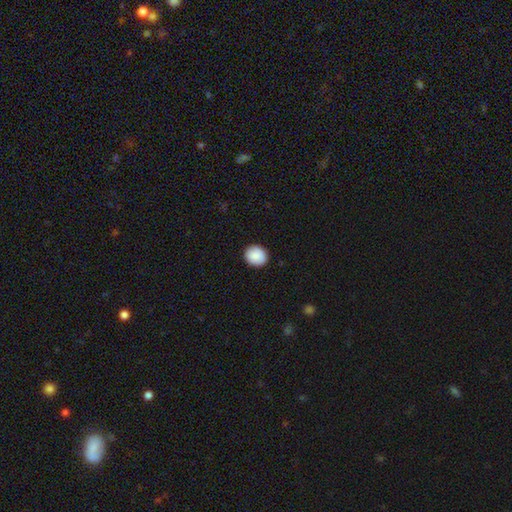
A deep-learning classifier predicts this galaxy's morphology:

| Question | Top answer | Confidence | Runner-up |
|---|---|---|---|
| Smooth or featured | smooth | 89% | star or artifact (7%) |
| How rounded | round | 75% | in between (24%) |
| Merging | none | 90% | minor disturbance (7%) |